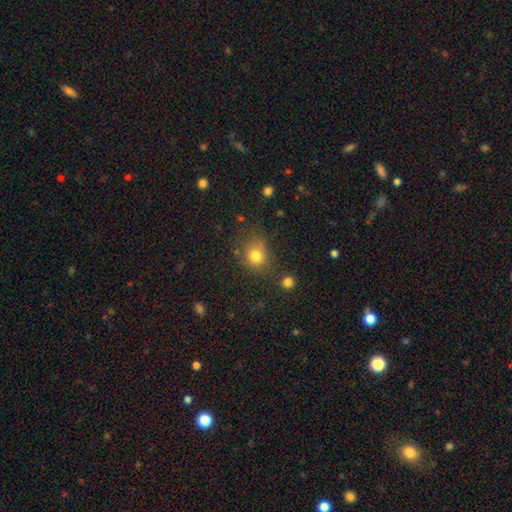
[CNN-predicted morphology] A smooth galaxy with no disk features (79%) that is round (72%).

Vote fractions:
- Smooth or featured? smooth: 79% / star or artifact: 14% / featured or disk: 7%
- How rounded? round: 72% / in between: 26% / cigar-shaped: 1%
- Merging? none: 68% / minor disturbance: 17% / major disturbance: 8% / merger: 7%